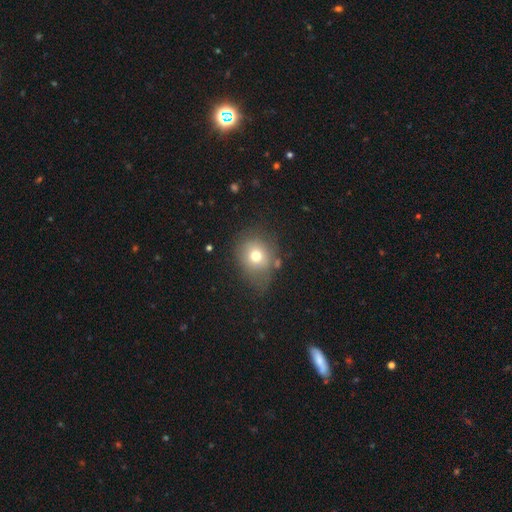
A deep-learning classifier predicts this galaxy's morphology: Smooth or featured? smooth (73%)
How rounded? round (70%)
Merging? none (63%)